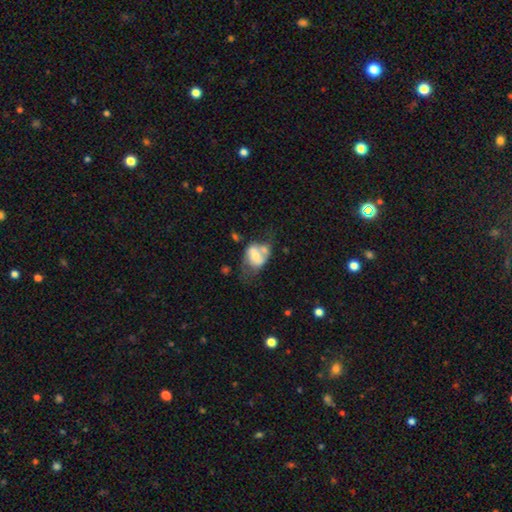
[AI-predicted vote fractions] A featured or disk galaxy (50%).

Vote fractions:
- Smooth or featured? featured or disk: 50% / smooth: 42% / star or artifact: 8%
- Edge-on disk? no: 96% / yes: 4%
- Merging? merger: 34% / none: 26% / major disturbance: 20% / minor disturbance: 20%